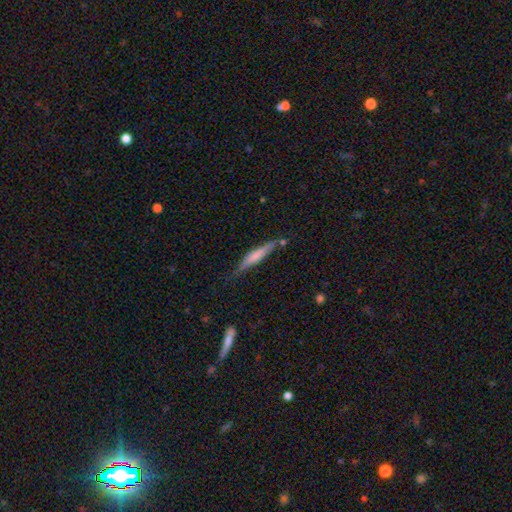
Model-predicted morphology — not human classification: A smooth galaxy with no disk features (52%) that is cigar-shaped (91%).

Vote fractions:
- Smooth or featured? smooth: 52% / featured or disk: 42% / star or artifact: 6%
- How rounded? cigar-shaped: 91% / in between: 8% / round: 2%
- Merging? none: 71% / minor disturbance: 20% / merger: 5% / major disturbance: 4%